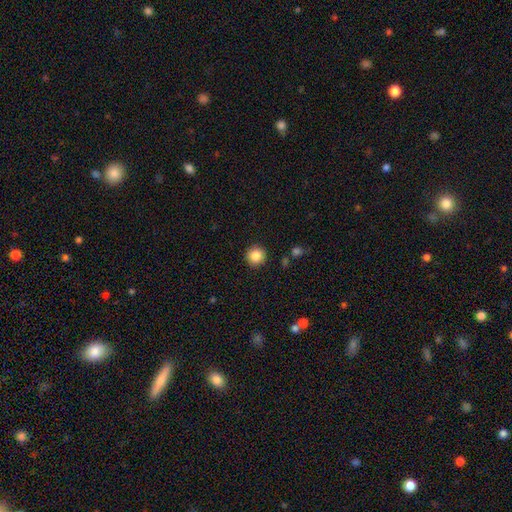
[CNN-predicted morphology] Smooth or featured? smooth (85%)
How rounded? round (95%)
Merging? none (92%)